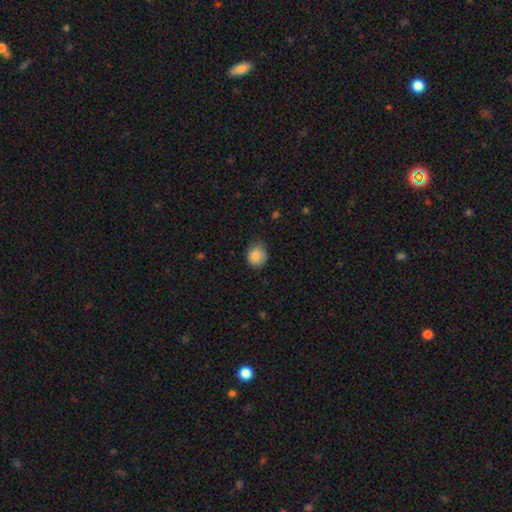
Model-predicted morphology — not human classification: type=smooth (84%); roundness=round (81%); merging=none (69%).